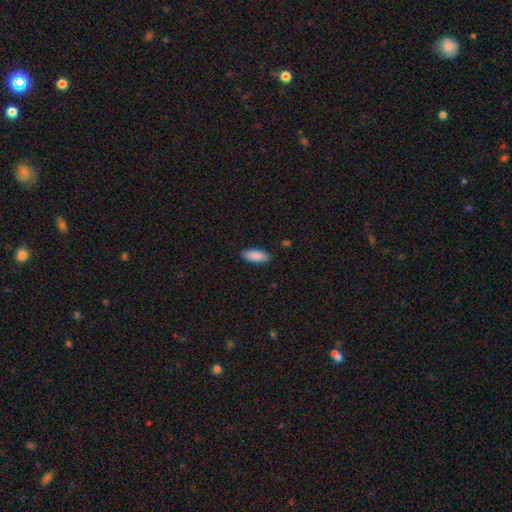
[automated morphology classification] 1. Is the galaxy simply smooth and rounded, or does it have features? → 90% smooth, 6% star or artifact, 4% featured or disk.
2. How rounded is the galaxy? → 81% in between, 18% cigar-shaped, 2% round.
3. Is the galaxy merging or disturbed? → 89% none, 8% minor disturbance, 2% major disturbance, 1% merger.